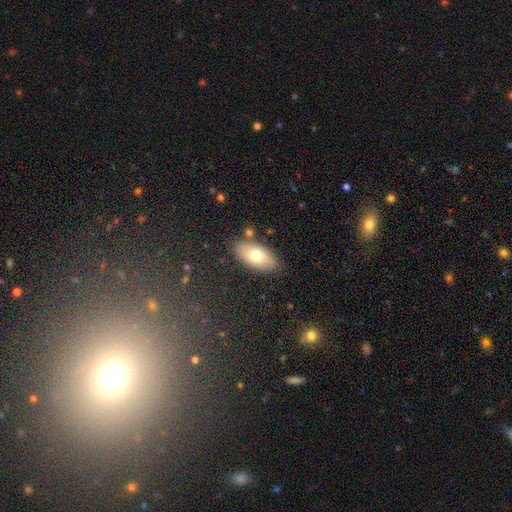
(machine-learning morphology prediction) Smooth or featured? smooth (73%)
How rounded? in between (92%)
Merging? none (82%)